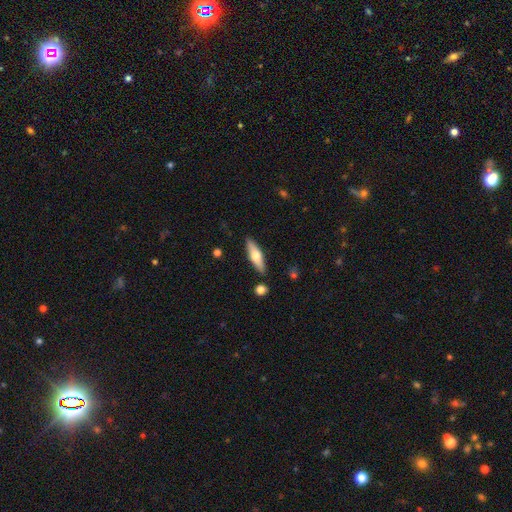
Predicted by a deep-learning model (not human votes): Smooth or featured? smooth (51%)
How rounded? cigar-shaped (59%)
Merging? none (87%)